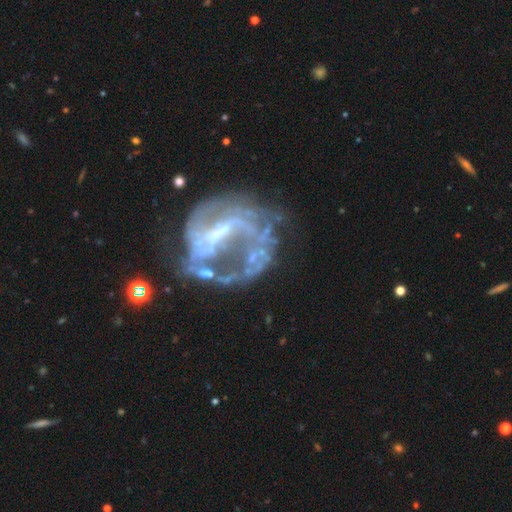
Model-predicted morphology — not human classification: Smooth or featured? featured or disk (83%)
Edge-on disk? no (98%)
Bar? weak (42%)
Spiral arms? yes (69%)
Spiral winding? loose (39%, tied with medium)
Spiral arm count? 2 (37%)
Bulge size? none (38%)
Merging? major disturbance (40%)